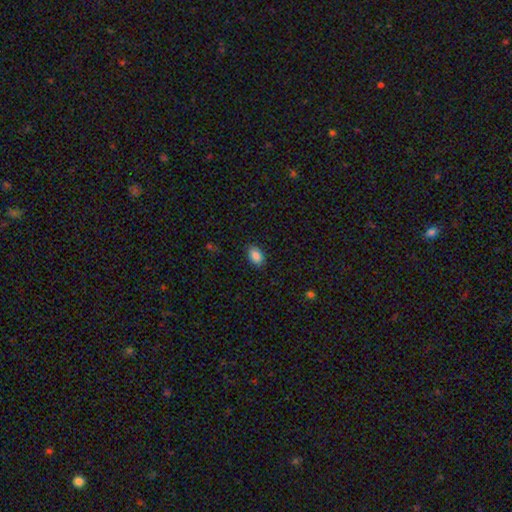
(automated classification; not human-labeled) smooth 88%, star or artifact 8%, featured or disk 4%. Down the decision tree: how rounded — in between (87%); merging — none (87%).